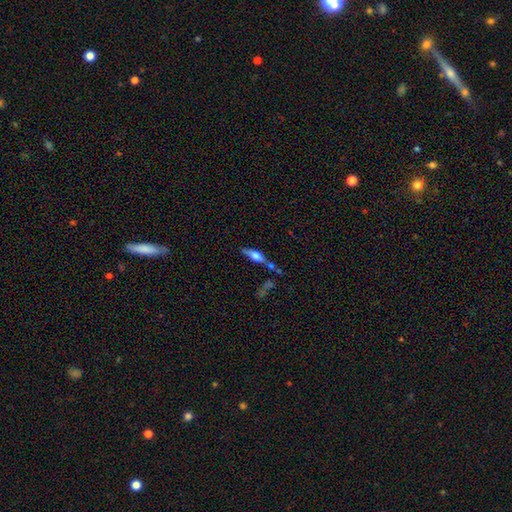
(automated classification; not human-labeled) A featured or disk galaxy (47%).

Vote fractions:
- Smooth or featured? featured or disk: 47% / smooth: 44% / star or artifact: 9%
- Merging? none: 49% / merger: 23% / minor disturbance: 18% / major disturbance: 10%